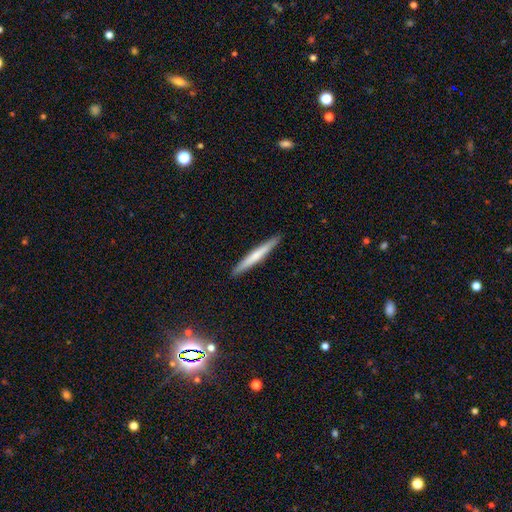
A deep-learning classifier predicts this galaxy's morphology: Smooth or featured: smooth — 57% (featured or disk — 37%)
How rounded: cigar-shaped — 97% (in between — 2%)
Merging: none — 92% (minor disturbance — 6%)